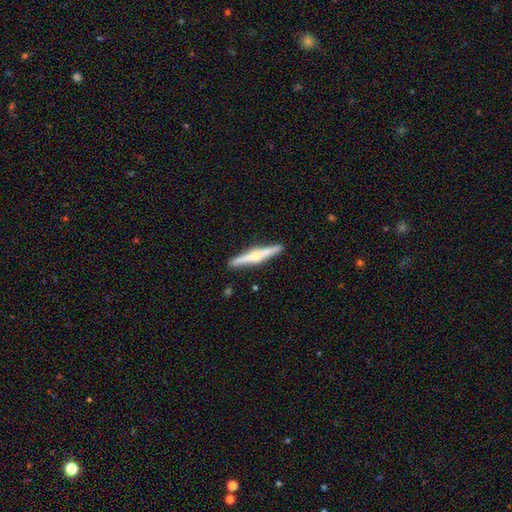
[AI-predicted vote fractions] The model was most divided on "smooth or featured": featured or disk: 67%, smooth: 28%, star or artifact: 5%. More confident: edge-on disk — yes (98%); merging — none (90%); edge-on bulge — rounded (79%).